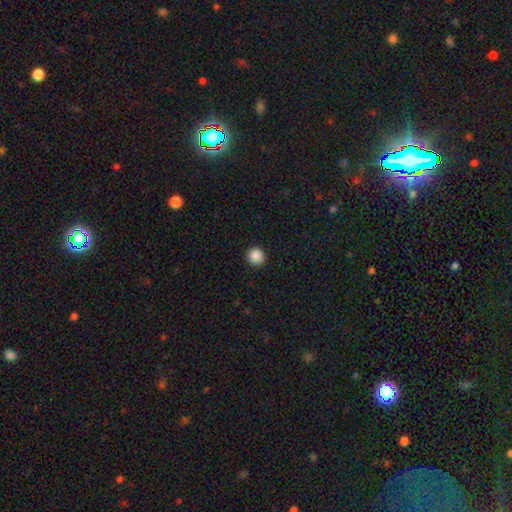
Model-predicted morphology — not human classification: Q: Smooth or featured?
A: smooth (88%); runner-up: star or artifact (9%)
Q: How rounded?
A: round (93%); runner-up: in between (6%)
Q: Merging?
A: none (91%); runner-up: minor disturbance (6%)